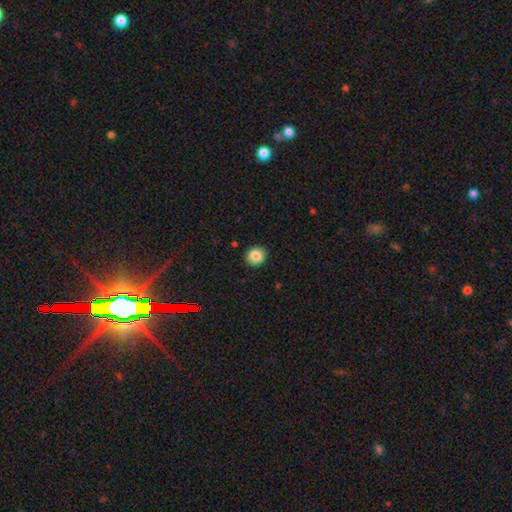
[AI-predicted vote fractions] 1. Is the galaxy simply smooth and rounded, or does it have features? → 85% smooth, 9% star or artifact, 6% featured or disk.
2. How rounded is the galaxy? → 82% round, 17% in between, 1% cigar-shaped.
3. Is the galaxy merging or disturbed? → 91% none, 7% minor disturbance, 2% major disturbance, 1% merger.